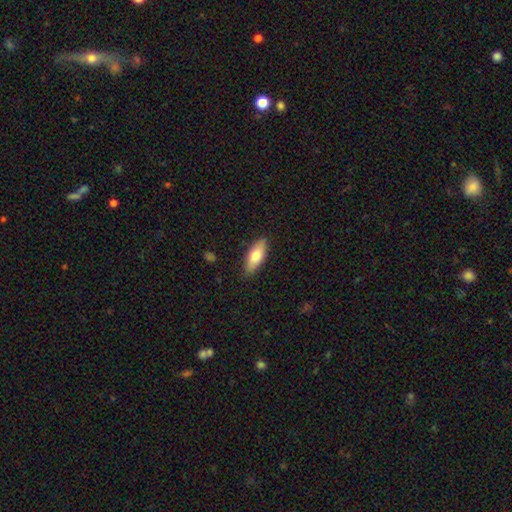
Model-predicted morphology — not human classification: smooth 74%, featured or disk 20%, star or artifact 6%. Down the decision tree: how rounded — in between (72%); merging — none (86%).